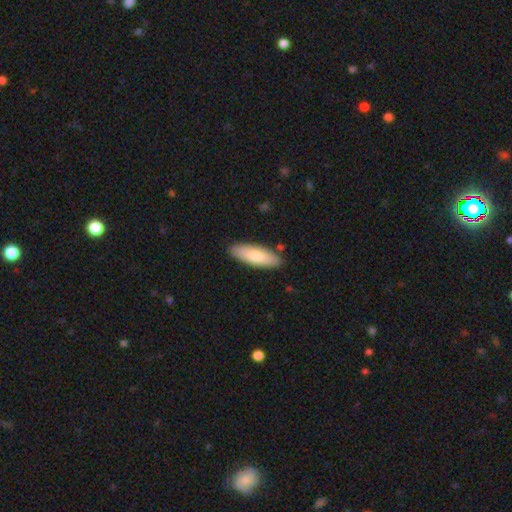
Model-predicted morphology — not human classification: Smooth or featured?
  - smooth: 81% *
  - featured or disk: 14%
  - star or artifact: 5%
How rounded?
  - in between: 58% *
  - cigar-shaped: 41%
  - round: 2%
Merging?
  - none: 87% *
  - minor disturbance: 9%
  - merger: 2%
  - major disturbance: 2%